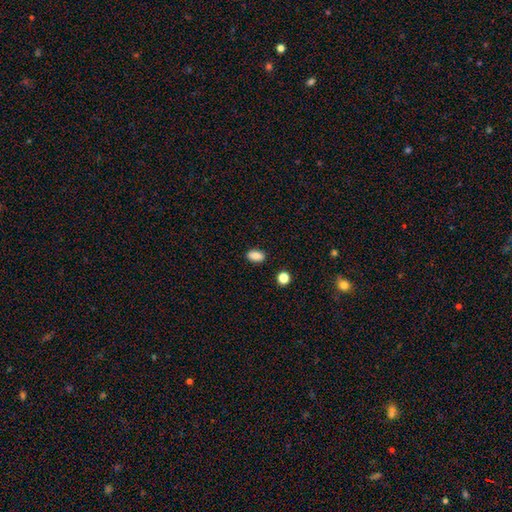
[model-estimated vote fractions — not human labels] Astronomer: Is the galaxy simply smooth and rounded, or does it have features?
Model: smooth — 86%.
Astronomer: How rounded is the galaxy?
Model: in between — 88%.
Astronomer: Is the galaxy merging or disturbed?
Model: none — 87%.